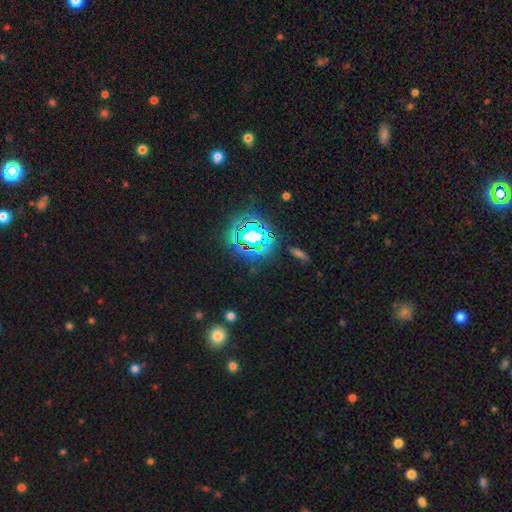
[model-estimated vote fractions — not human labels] Smooth or featured?
  - star or artifact: 78% *
  - smooth: 15%
  - featured or disk: 8%